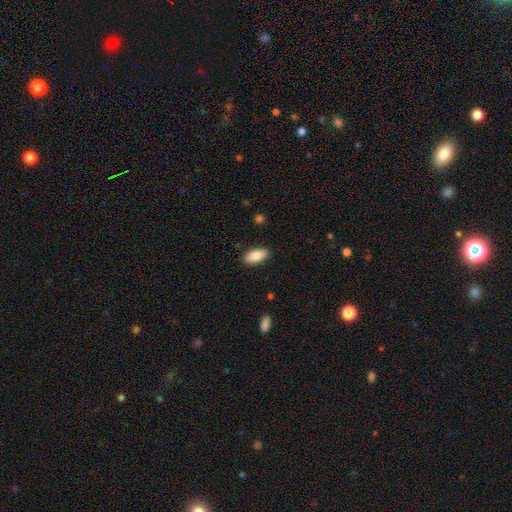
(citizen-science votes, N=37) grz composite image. It shows a smooth galaxy with no disk features (73%) that is in between round and cigar-shaped (96%). Merging: none (100%).